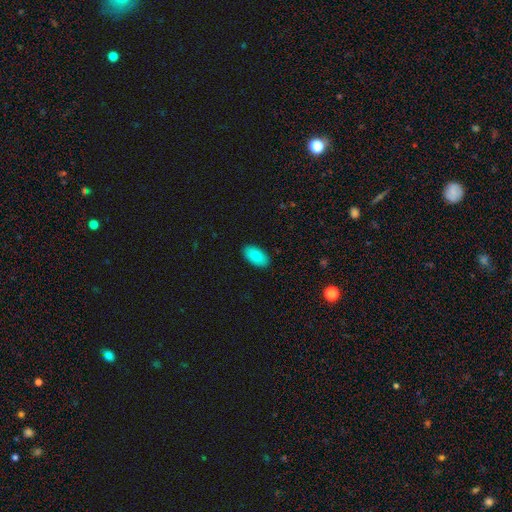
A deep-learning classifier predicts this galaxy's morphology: The model was most divided on "smooth or featured": smooth: 86%, featured or disk: 7%, star or artifact: 7%. More confident: how rounded — in between (95%); merging — none (89%).